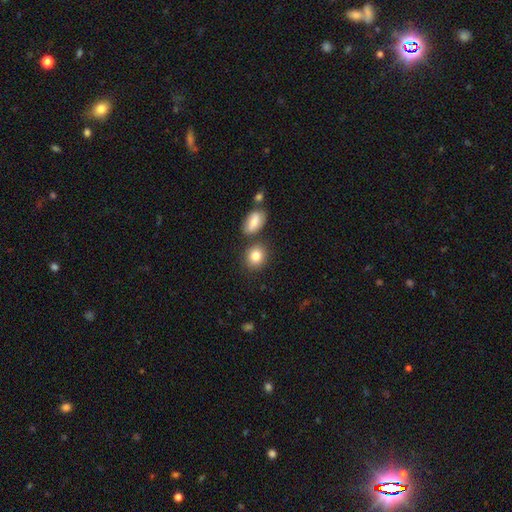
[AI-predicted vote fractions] Smooth or featured? Predicted: smooth (p=0.83). How rounded? Predicted: round (p=0.68). Merging? Predicted: none (p=0.75).